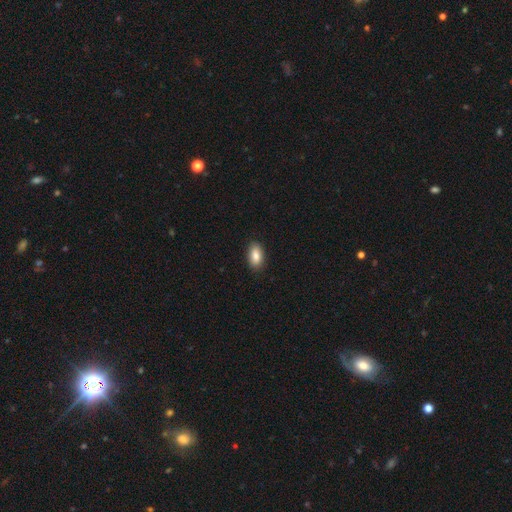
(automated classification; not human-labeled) Q: Smooth or featured?
A: smooth (86%); runner-up: star or artifact (7%)
Q: How rounded?
A: in between (93%); runner-up: round (5%)
Q: Merging?
A: none (89%); runner-up: minor disturbance (8%)